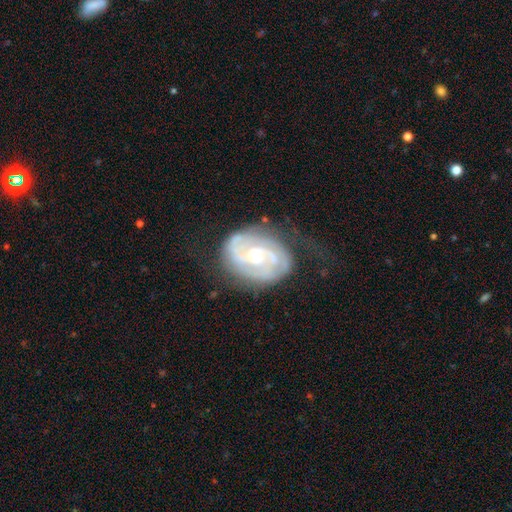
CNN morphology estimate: Smooth or featured: featured or disk — 86% (smooth — 9%)
Edge-on disk: no — 97% (yes — 3%)
Bar: no — 60% (weak — 32%)
Spiral arms: yes — 94% (no — 6%)
Spiral winding: tight — 55% (medium — 35%)
Spiral arm count: 2 — 61% (can't tell — 19%)
Bulge size: moderate — 52% (small — 44%)
Merging: none — 62% (minor disturbance — 23%)